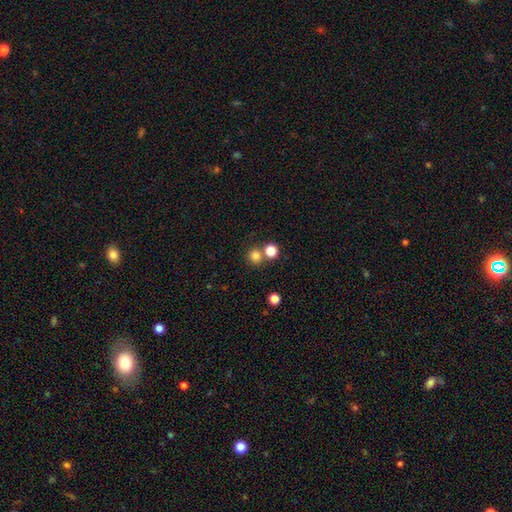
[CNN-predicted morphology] A smooth galaxy with no disk features (80%) that is round (92%).

Vote fractions:
- Smooth or featured? smooth: 80% / star or artifact: 14% / featured or disk: 6%
- How rounded? round: 92% / in between: 7% / cigar-shaped: 1%
- Merging? none: 67% / merger: 25% / minor disturbance: 6% / major disturbance: 3%